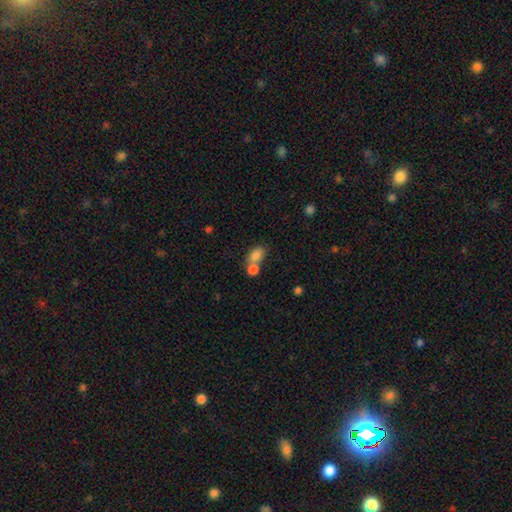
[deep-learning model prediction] Overall: smooth (82%). How rounded: in between (77%). Merging: merger (50%; none 37%).